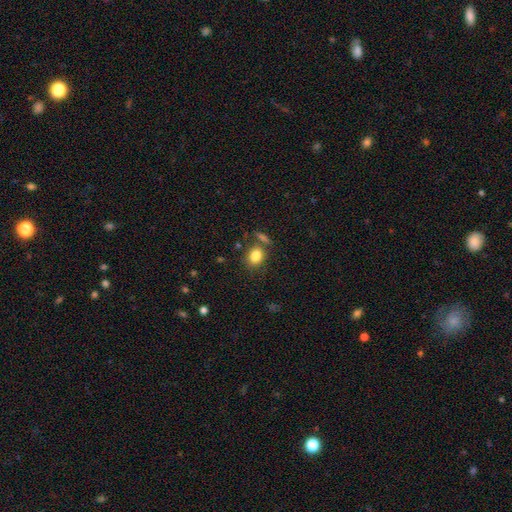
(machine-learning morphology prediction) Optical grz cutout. It shows a smooth galaxy with no disk features (83%) that is round (52%). Merging: none (70%).